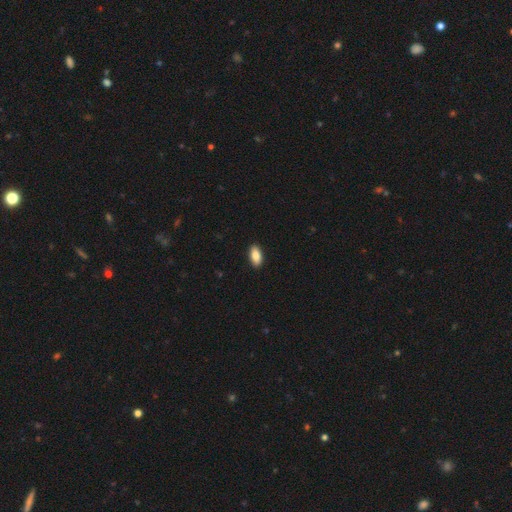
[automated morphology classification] Smooth or featured? smooth (85%)
How rounded? in between (91%)
Merging? none (90%)